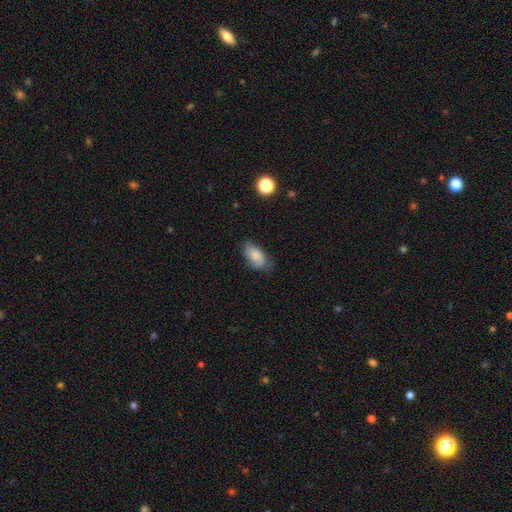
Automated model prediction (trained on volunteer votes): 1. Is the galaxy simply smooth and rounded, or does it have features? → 73% smooth, 19% featured or disk, 8% star or artifact.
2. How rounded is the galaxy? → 91% in between, 5% round, 4% cigar-shaped.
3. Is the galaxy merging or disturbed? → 61% none, 29% minor disturbance, 8% major disturbance, 2% merger.